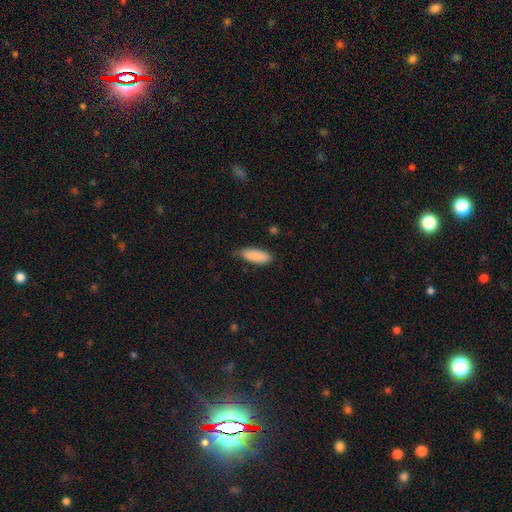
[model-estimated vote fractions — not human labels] A smooth galaxy with no disk features (88%) that is in between round and cigar-shaped (75%). Merging: none (74%).